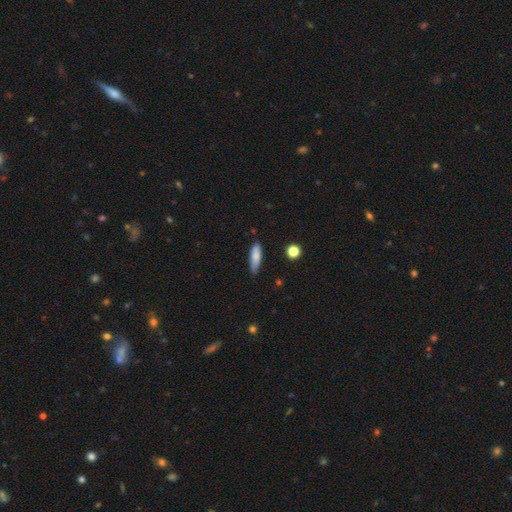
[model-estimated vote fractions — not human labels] The model was most divided on "how rounded": cigar-shaped: 53%, in between: 45%, round: 2%. More confident: smooth or featured — smooth (79%); merging — none (73%).